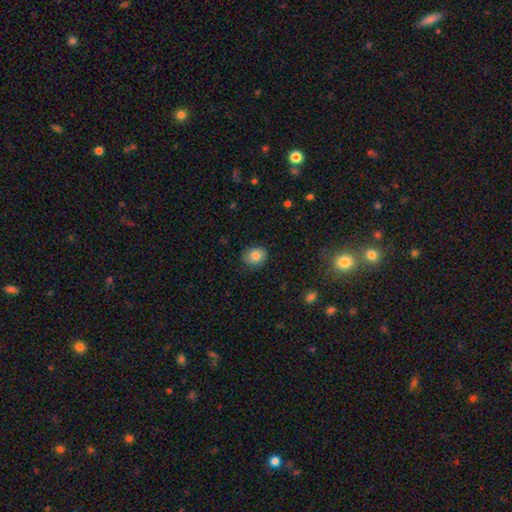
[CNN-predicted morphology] This is clearly a smooth galaxy (80%). How rounded: likely round (64%). Merging: clearly none (80%).